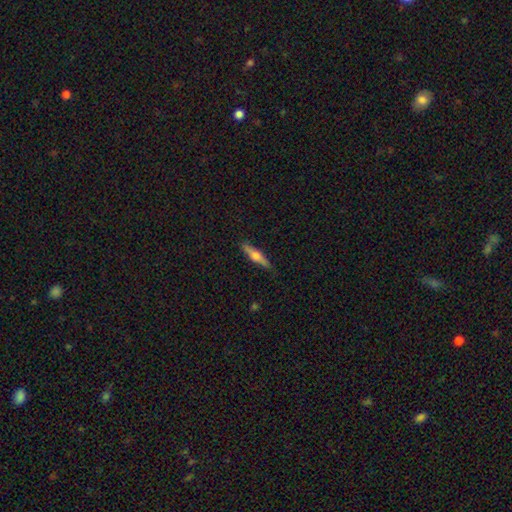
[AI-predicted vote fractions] Smooth or featured? Predicted: featured or disk (p=0.49). Merging? Predicted: none (p=0.87).